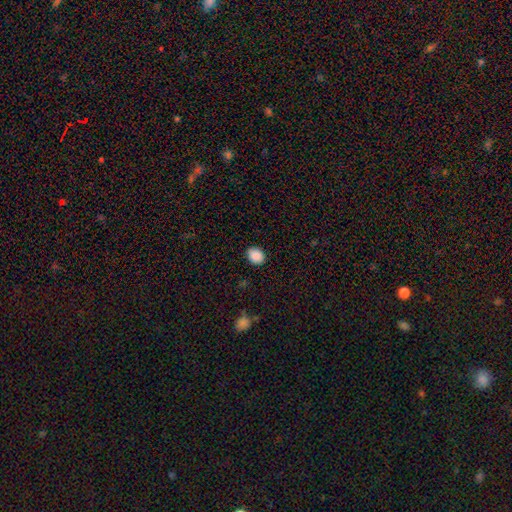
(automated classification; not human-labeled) Smooth or featured? Predicted: smooth (p=0.89). How rounded? Predicted: in between (p=0.53). Merging? Predicted: none (p=0.87).